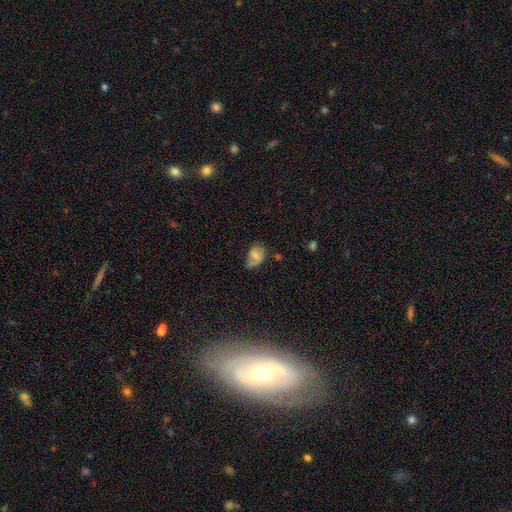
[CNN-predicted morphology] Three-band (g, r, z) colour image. It shows a smooth galaxy with no disk features (56%) that is in between round and cigar-shaped (75%). Merging: minor disturbance (39%).